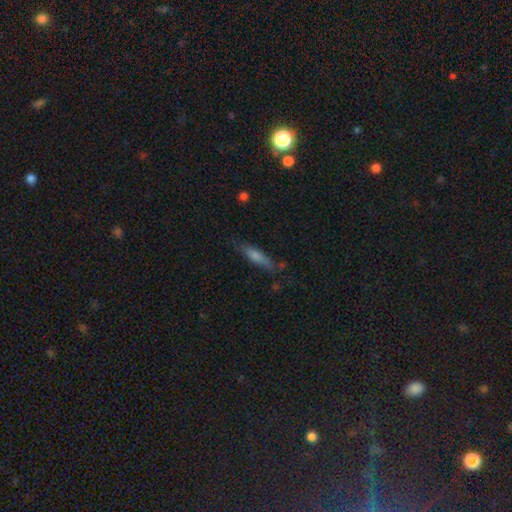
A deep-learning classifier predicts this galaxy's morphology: smooth-or-featured: featured or disk: 44% | smooth: 42% | star or artifact: 15%
  merging: none: 79% | minor disturbance: 15% | major disturbance: 4% | merger: 2%